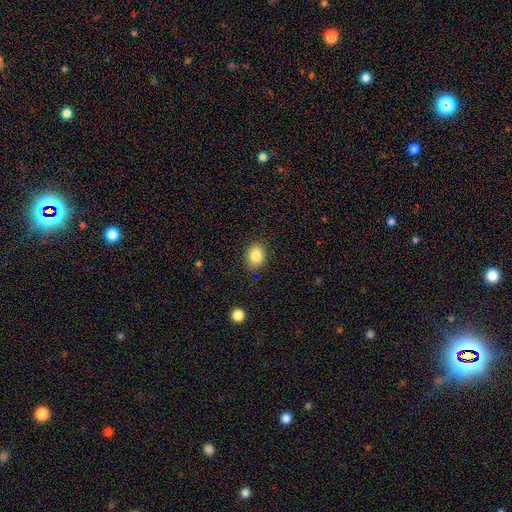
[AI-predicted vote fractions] Smooth or featured?
  - smooth: 83% *
  - star or artifact: 9%
  - featured or disk: 7%
How rounded?
  - in between: 56% *
  - round: 43%
  - cigar-shaped: 1%
Merging?
  - none: 87% *
  - minor disturbance: 9%
  - major disturbance: 2%
  - merger: 1%